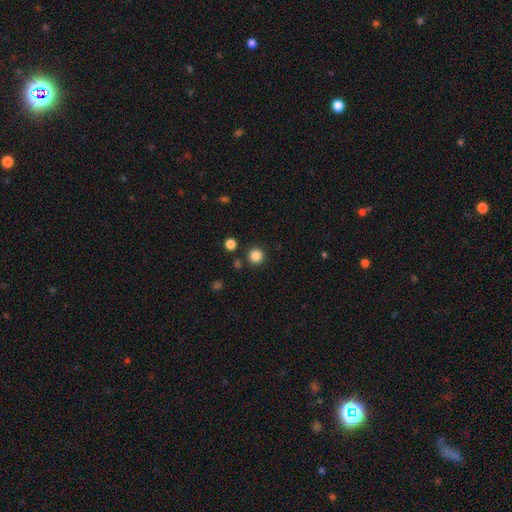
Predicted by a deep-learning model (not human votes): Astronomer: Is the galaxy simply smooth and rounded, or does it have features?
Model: smooth — 84%.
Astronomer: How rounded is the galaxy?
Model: round — 95%.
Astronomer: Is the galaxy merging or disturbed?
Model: none — 88%.